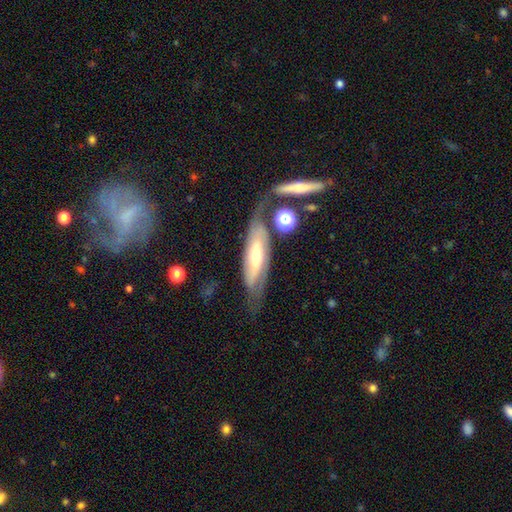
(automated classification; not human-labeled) Smooth or featured? Predicted: featured or disk (p=0.68). Edge-on disk? Predicted: no (p=0.67). Merging? Predicted: none (p=0.57).